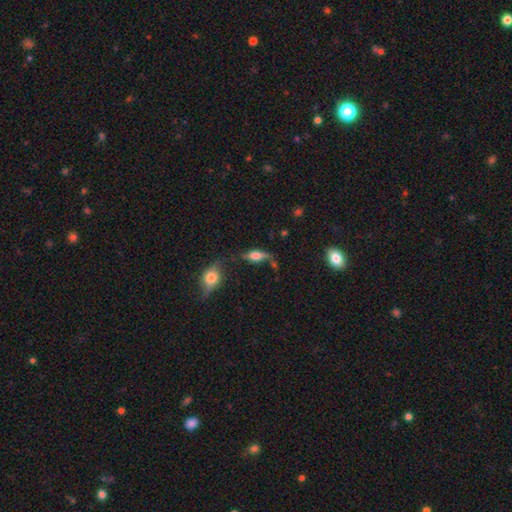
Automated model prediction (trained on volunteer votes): Q: Smooth or featured?
A: smooth (47%); runner-up: featured or disk (42%)
Q: Merging?
A: none (48%); runner-up: minor disturbance (24%)